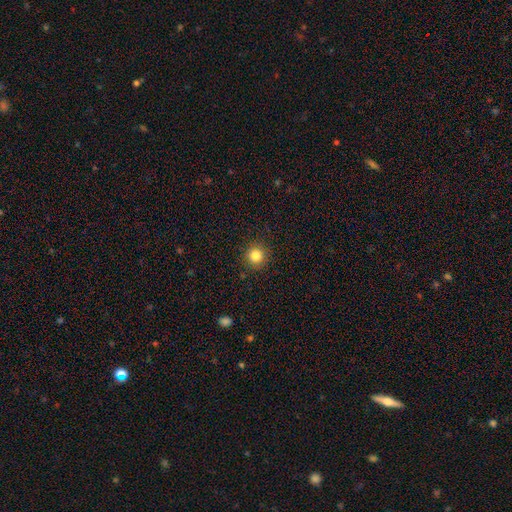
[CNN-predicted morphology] This appears to be a smooth galaxy with no disk features (84%) that is round (94%). Merging: none (91%).